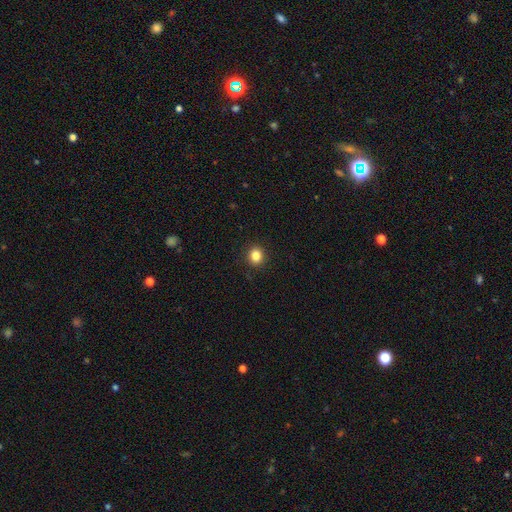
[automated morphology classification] Smooth or featured?
  - smooth: 84% *
  - star or artifact: 11%
  - featured or disk: 5%
How rounded?
  - round: 79% *
  - in between: 20%
  - cigar-shaped: 1%
Merging?
  - none: 91% *
  - minor disturbance: 6%
  - major disturbance: 2%
  - merger: 1%